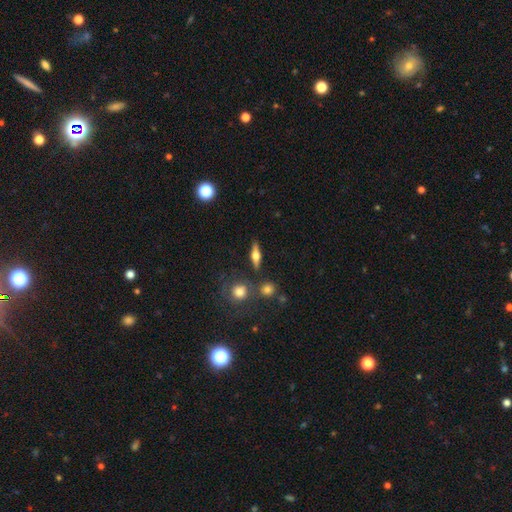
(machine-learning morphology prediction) Q: Smooth or featured?
A: featured or disk (54%); runner-up: smooth (37%)
Q: Edge-on disk?
A: yes (93%); runner-up: no (7%)
Q: Edge-on bulge?
A: rounded (93%); runner-up: boxy (5%)
Q: Merging?
A: none (83%); runner-up: minor disturbance (9%)